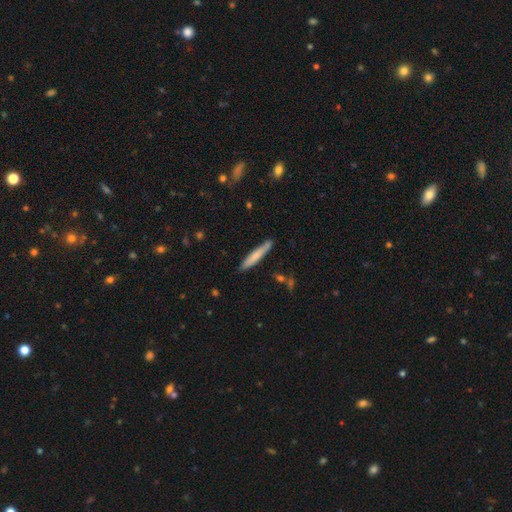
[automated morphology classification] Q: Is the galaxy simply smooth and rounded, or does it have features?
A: smooth — 70%.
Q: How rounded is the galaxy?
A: cigar-shaped — 93%.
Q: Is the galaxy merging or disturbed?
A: none — 84%.